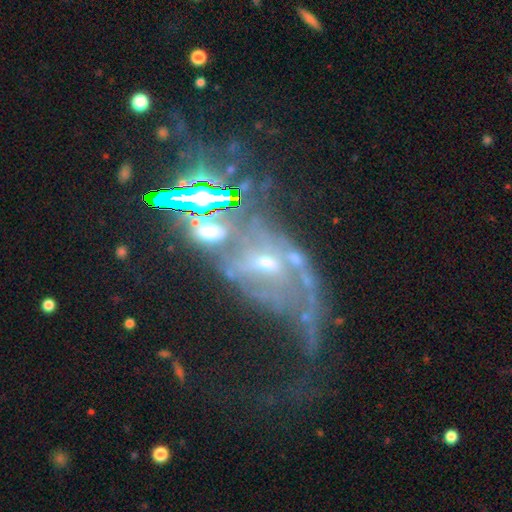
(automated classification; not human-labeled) Smooth or featured? featured or disk (71%)
Edge-on disk? no (93%)
Bar? no (59%)
Spiral arms? yes (72%)
Bulge size? small (55%)
Merging? merger (39%)